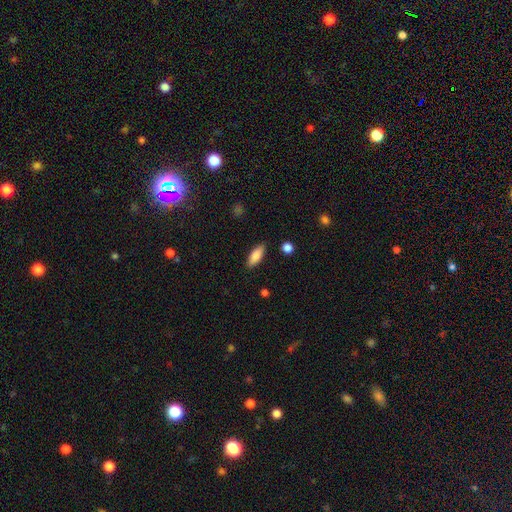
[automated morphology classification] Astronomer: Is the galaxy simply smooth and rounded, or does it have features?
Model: smooth — 83%.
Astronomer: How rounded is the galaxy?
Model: in between — 73%.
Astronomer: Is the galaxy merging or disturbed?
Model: none — 86%.